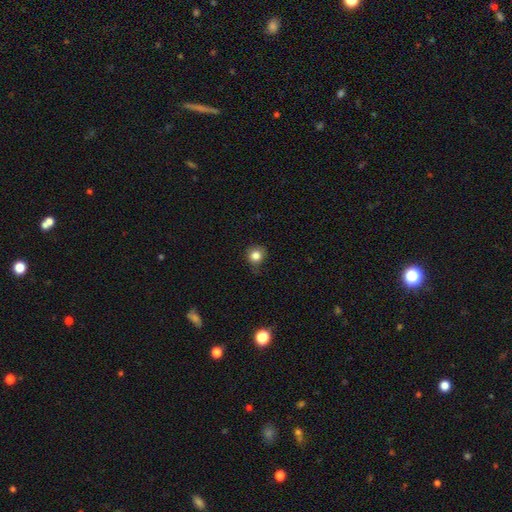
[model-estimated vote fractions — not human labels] The model was most divided on "merging": none: 70%, minor disturbance: 23%, major disturbance: 6%, merger: 1%. More confident: how rounded — round (86%); smooth or featured — smooth (82%).